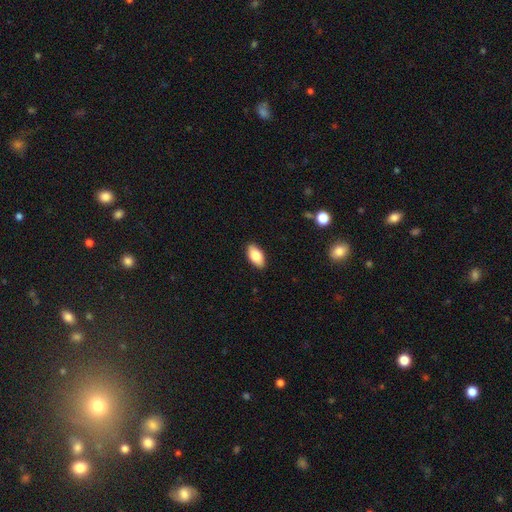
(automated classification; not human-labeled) Smooth or featured: smooth — 83% (featured or disk — 10%)
How rounded: in between — 93% (cigar-shaped — 3%)
Merging: none — 88% (minor disturbance — 9%)